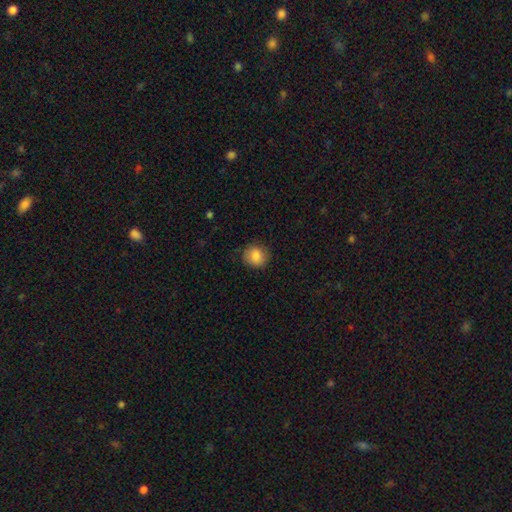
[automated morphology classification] This is clearly a smooth galaxy (85%). How rounded: clearly round (85%). Merging: clearly none (86%).